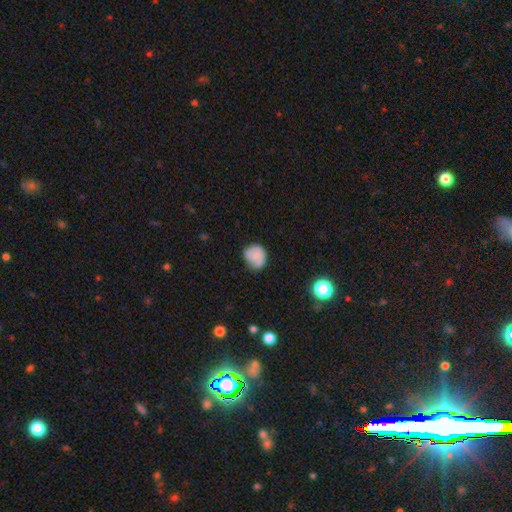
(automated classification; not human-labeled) A smooth galaxy with no disk features (72%) that is round (73%). Merging: none (61%).